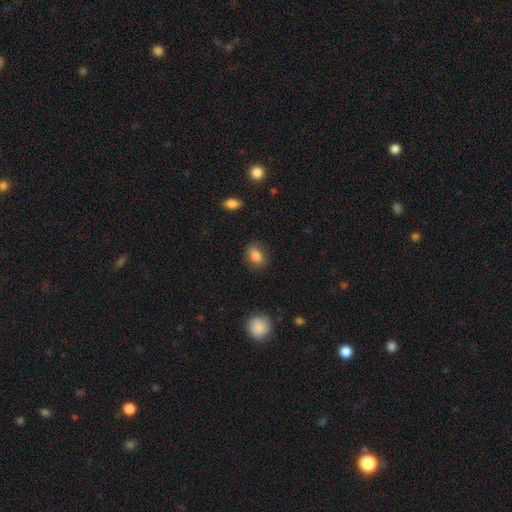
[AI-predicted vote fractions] Morphology: type=smooth (83%); roundness=in between (74%); merging=none (80%).